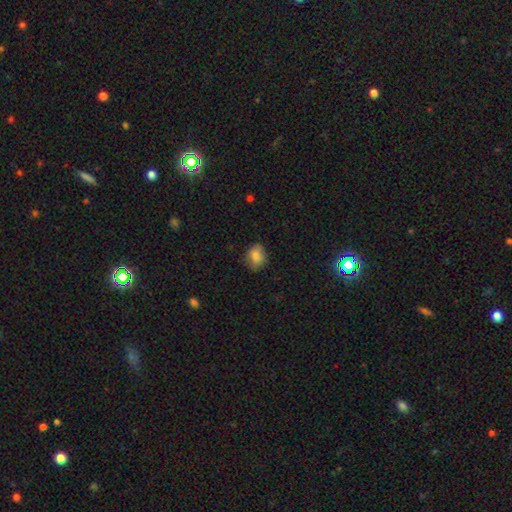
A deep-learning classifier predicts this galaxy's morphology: type=smooth (80%); roundness=round (52%); merging=none (77%).